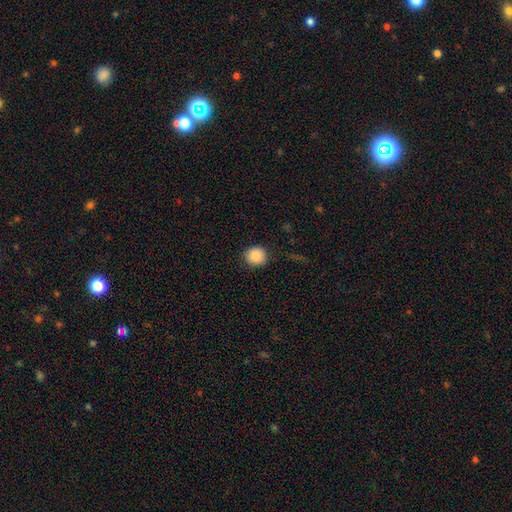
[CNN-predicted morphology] smooth-or-featured: smooth: 89% | star or artifact: 8% | featured or disk: 3%
  how-rounded: round: 90% | in between: 9% | cigar-shaped: 1%
  merging: none: 90% | minor disturbance: 7% | major disturbance: 2% | merger: 1%